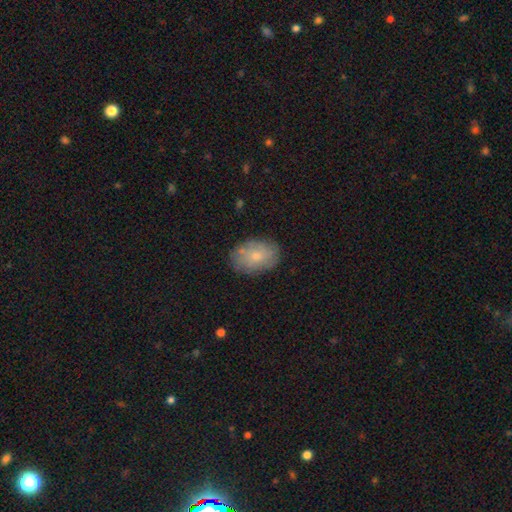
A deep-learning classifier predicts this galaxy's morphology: A smooth galaxy with no disk features (64%) that is in between round and cigar-shaped (82%). Merging: none (81%).